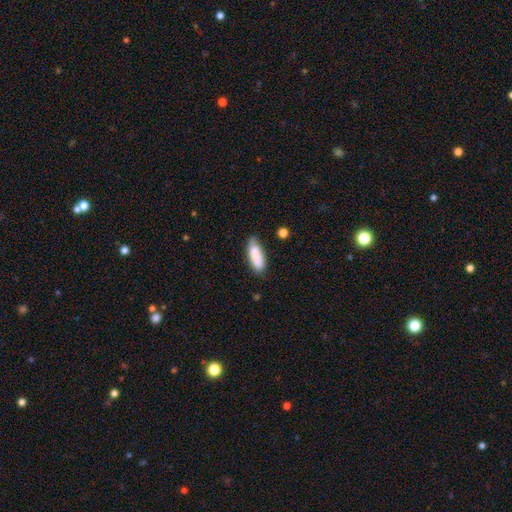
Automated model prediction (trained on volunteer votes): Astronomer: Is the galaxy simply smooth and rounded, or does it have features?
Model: smooth — 80%.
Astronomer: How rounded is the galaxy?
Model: in between — 67%.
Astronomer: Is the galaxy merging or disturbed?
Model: none — 69%.